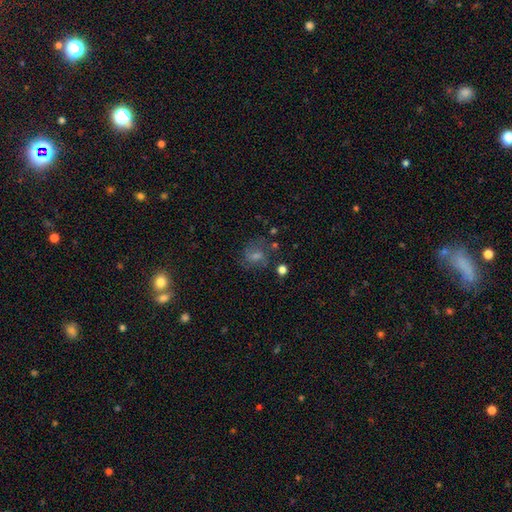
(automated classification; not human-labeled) A featured or disk galaxy (39%). Merging: none (70%).